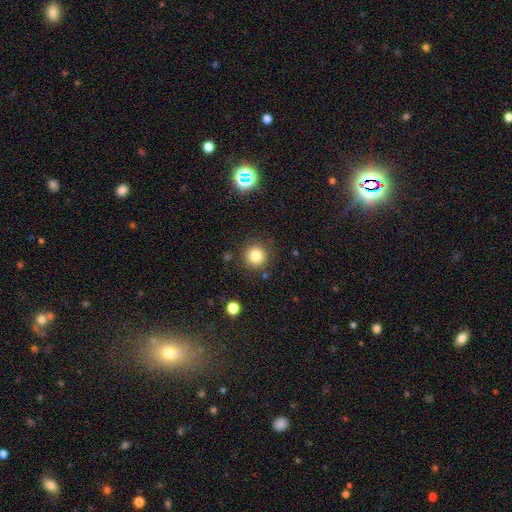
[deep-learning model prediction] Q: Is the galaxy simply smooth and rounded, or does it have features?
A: smooth — 81%.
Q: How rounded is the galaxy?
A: round — 94%.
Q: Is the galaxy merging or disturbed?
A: none — 88%.